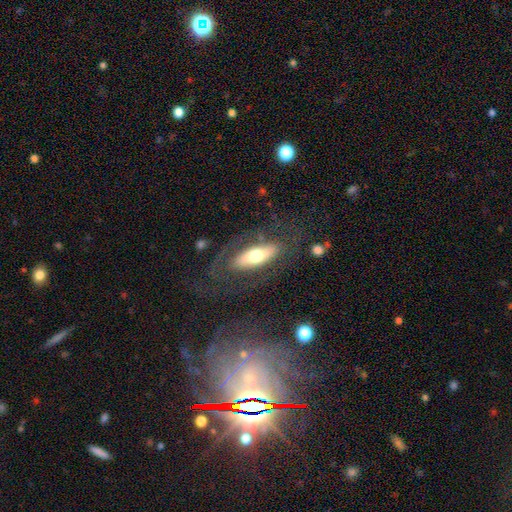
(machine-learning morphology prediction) Overall: featured or disk (50%; smooth 44%). Edge-on disk: no (69%; yes 31%). Merging: none (70%).